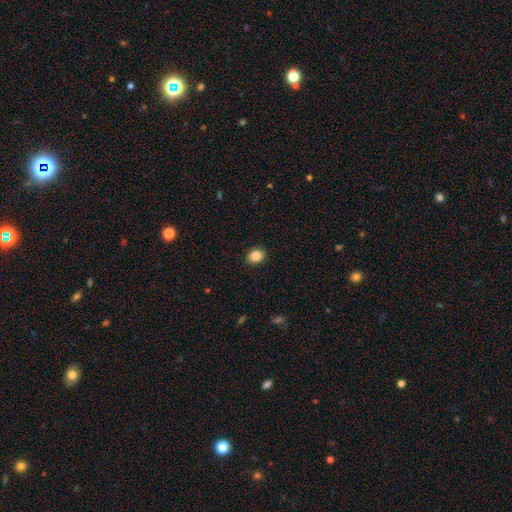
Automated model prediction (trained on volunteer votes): smooth-or-featured: smooth: 87% | star or artifact: 9% | featured or disk: 4%
  how-rounded: round: 55% | in between: 44% | cigar-shaped: 1%
  merging: none: 91% | minor disturbance: 7% | major disturbance: 2% | merger: 1%